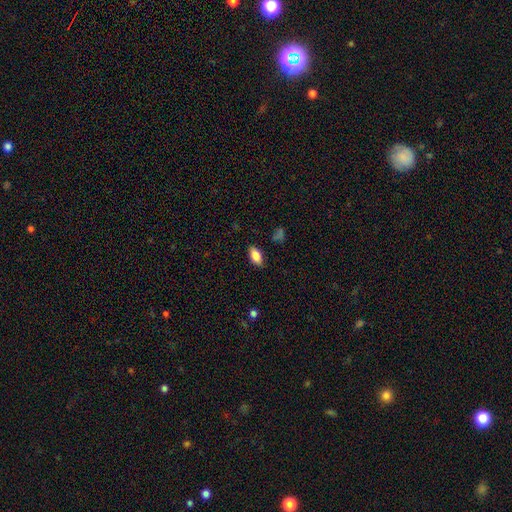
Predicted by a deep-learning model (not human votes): Overall: smooth (82%). How rounded: in between (89%). Merging: none (85%).